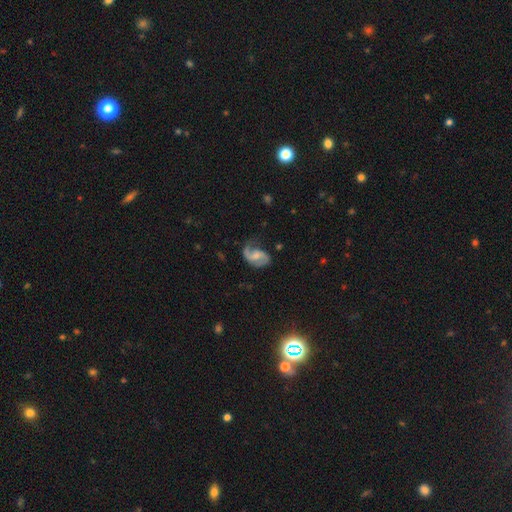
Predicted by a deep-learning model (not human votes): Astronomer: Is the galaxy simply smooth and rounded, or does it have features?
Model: featured or disk — 80%.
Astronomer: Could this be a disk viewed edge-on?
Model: no — 98%.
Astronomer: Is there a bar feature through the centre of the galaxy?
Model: weak — 46% (runner-up: no, 40%).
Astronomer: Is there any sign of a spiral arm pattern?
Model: yes — 95%.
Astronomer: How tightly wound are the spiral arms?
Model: loose — 45% (runner-up: medium, 43%).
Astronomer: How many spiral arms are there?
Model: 2 — 78%.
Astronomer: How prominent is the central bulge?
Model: small — 36% (runner-up: moderate, 35%).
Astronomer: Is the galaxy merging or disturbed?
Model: none — 53%.